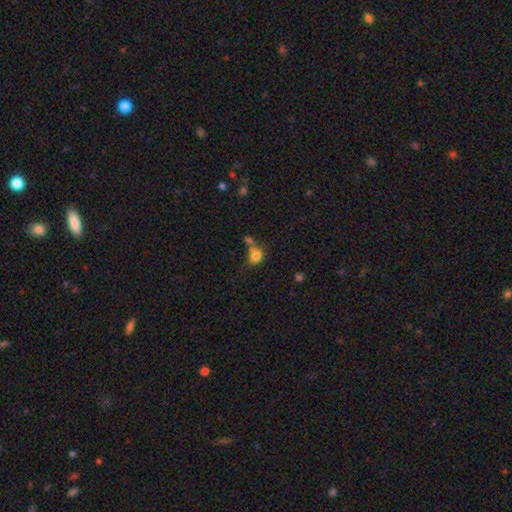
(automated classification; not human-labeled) A smooth galaxy with no disk features (77%) that is round (60%).

Vote fractions:
- Smooth or featured? smooth: 77% / star or artifact: 12% / featured or disk: 11%
- How rounded? round: 60% / in between: 39% / cigar-shaped: 1%
- Merging? none: 40% / merger: 32% / minor disturbance: 17% / major disturbance: 10%